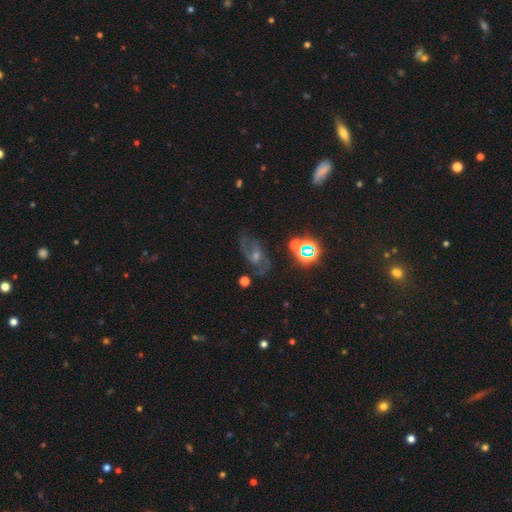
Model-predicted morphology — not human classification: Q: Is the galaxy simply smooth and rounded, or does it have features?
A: featured or disk — 66%.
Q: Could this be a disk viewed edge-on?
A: no — 95%.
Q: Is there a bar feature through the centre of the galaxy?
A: weak — 47%.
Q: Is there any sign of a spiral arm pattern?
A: yes — 91%.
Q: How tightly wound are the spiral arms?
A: medium — 53%.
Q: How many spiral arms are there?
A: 2 — 81%.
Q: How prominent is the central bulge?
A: small — 49%.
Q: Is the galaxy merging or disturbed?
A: none — 72%.